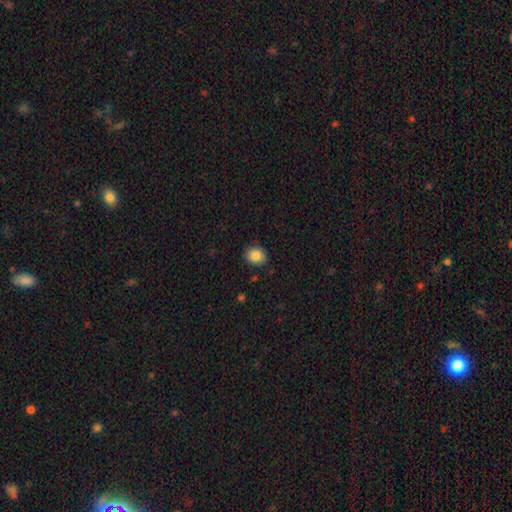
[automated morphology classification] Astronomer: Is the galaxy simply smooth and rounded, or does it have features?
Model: smooth — 86%.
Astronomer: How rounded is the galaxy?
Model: round — 64%.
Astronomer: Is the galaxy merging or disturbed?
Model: none — 88%.